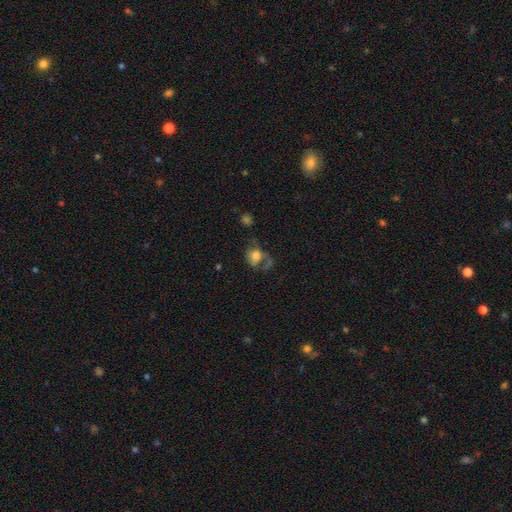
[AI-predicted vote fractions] Overall: smooth (56%; featured or disk 34%). How rounded: in between (53%; round 45%). Merging: major disturbance (42%; none 27%).